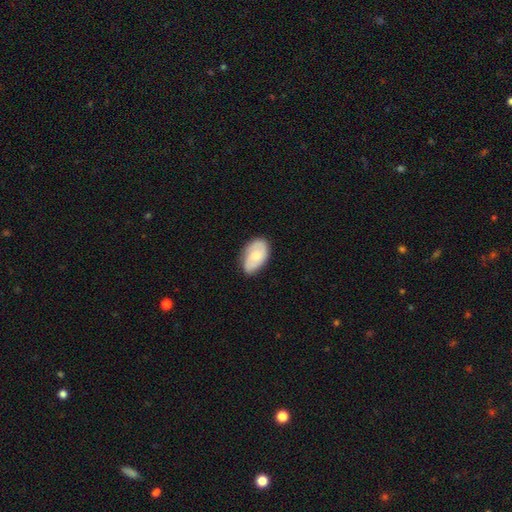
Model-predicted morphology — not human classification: smooth_or_featured: smooth (p=0.53) [alt: featured or disk p=0.40]
how_rounded: in between (p=0.92) [alt: round p=0.06]
merging: none (p=0.70) [alt: minor disturbance p=0.24]